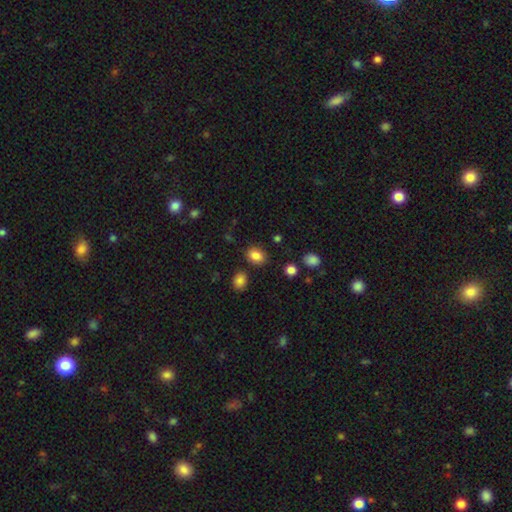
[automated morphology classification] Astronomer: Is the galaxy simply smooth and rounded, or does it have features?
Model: smooth — 85%.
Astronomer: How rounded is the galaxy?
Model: in between — 62% (runner-up: round, 37%).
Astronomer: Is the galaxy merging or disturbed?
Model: none — 83%.